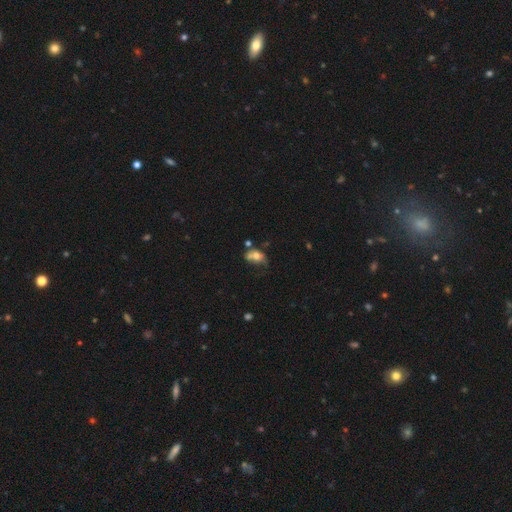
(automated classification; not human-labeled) This appears to be a smooth galaxy with no disk features (58%) that is in between round and cigar-shaped (72%). Merging: merger (31%).